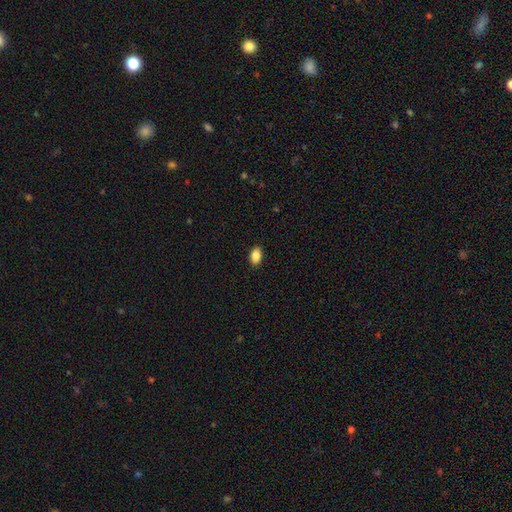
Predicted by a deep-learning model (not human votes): This appears to be a smooth galaxy with no disk features (87%) that is in between round and cigar-shaped (90%). Merging: none (89%).